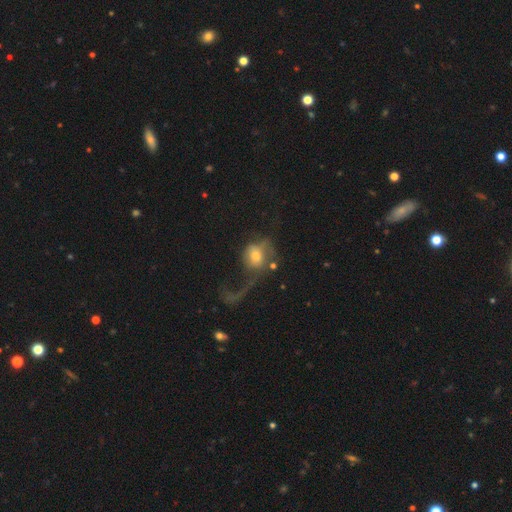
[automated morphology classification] smooth_or_featured: smooth (p=0.56) [alt: featured or disk p=0.35]
how_rounded: round (p=0.68) [alt: in between p=0.30]
merging: major disturbance (p=0.62) [alt: none p=0.19]